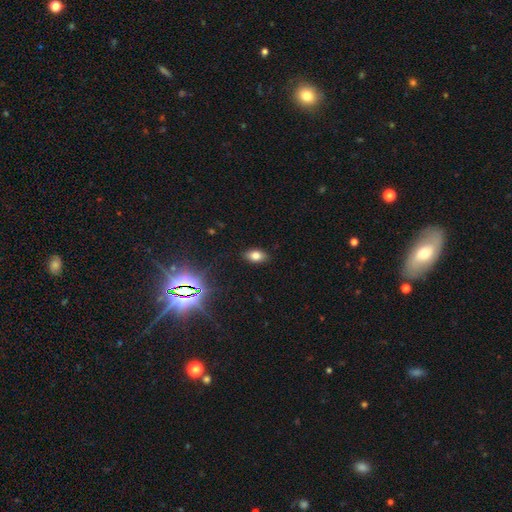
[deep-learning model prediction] Overall: smooth (74%). How rounded: in between (87%). Merging: none (87%).